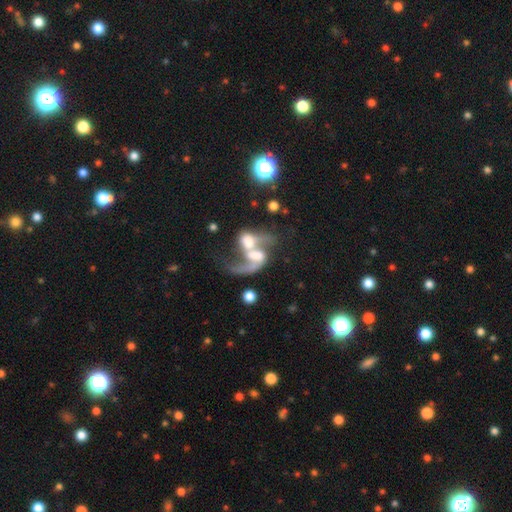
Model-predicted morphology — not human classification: The model was most divided on "bulge size": moderate: 36%, large: 27%, none: 16%, small: 15%, dominant: 5%. Remaining: edge-on disk — no (96%); spiral arms — yes (79%); spiral winding — loose (77%); smooth or featured — featured or disk (70%); merging — merger (69%); spiral arm count — 2 (58%); bar — no (46%).